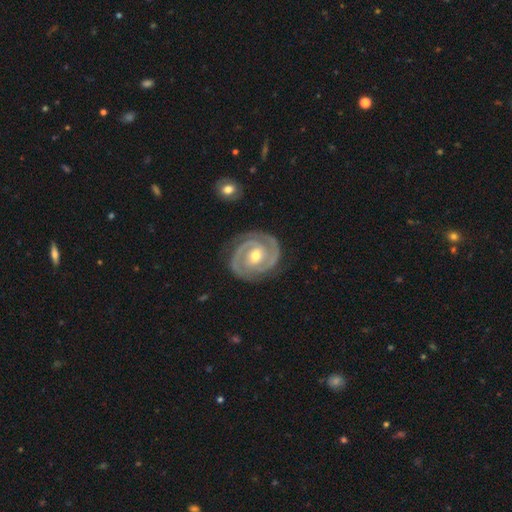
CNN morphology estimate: A featured or disk galaxy (92%) with no bar (43%), 2 (90%) tight (72%) spiral arms (98%) and a moderate central bulge (68%). Merging: none (84%).